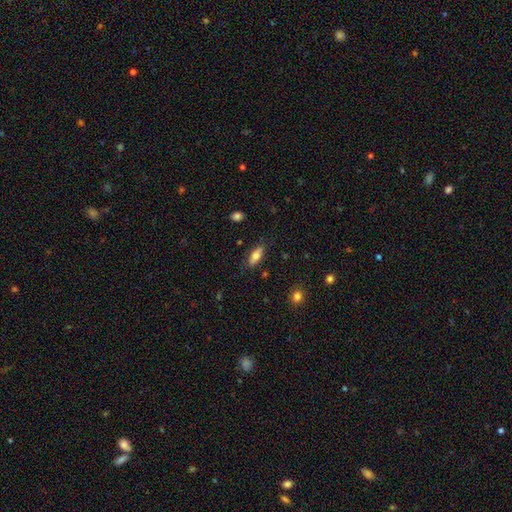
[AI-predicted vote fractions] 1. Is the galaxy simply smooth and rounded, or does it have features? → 73% smooth, 20% featured or disk, 7% star or artifact.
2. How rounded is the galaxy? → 77% in between, 20% cigar-shaped, 3% round.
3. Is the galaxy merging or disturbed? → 81% none, 14% minor disturbance, 3% major disturbance, 2% merger.